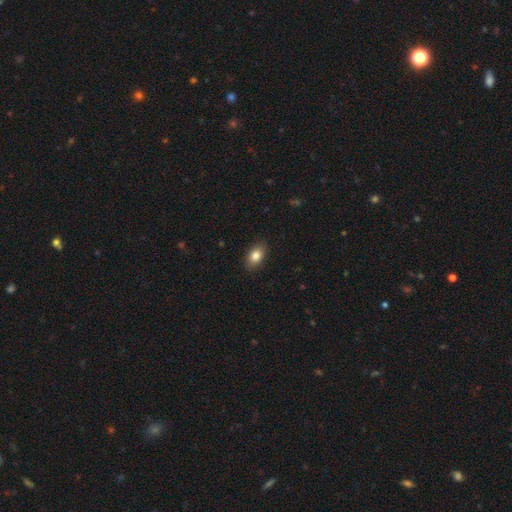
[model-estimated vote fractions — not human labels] A smooth galaxy with no disk features (84%) that is in between round and cigar-shaped (88%). Merging: none (87%).